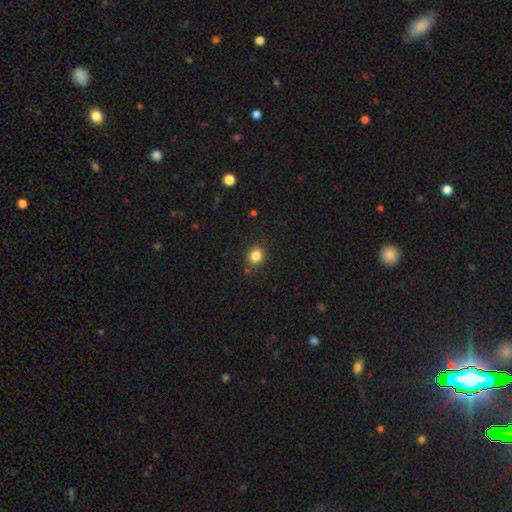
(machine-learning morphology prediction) type=smooth (83%); roundness=round (66%); merging=none (84%).